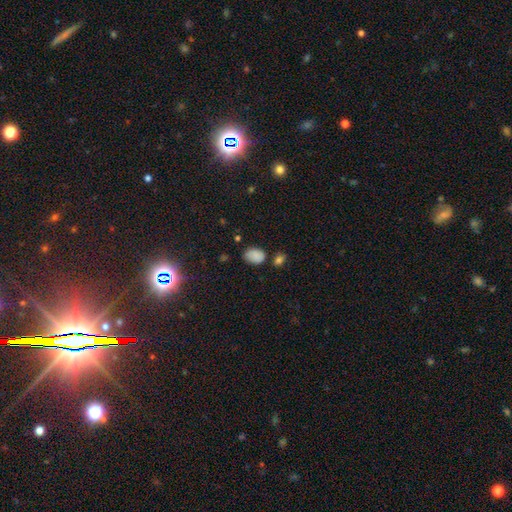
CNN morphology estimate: type=smooth (83%); roundness=in between (81%); merging=none (65%).